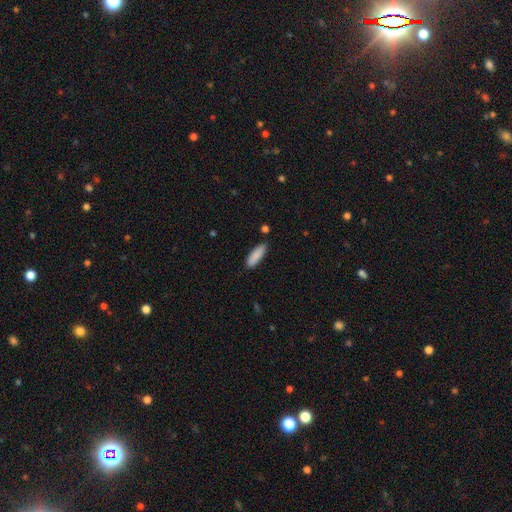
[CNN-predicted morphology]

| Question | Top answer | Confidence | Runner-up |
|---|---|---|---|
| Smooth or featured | smooth | 88% | star or artifact (6%) |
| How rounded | in between | 52% | cigar-shaped (46%) |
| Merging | none | 84% | minor disturbance (12%) |